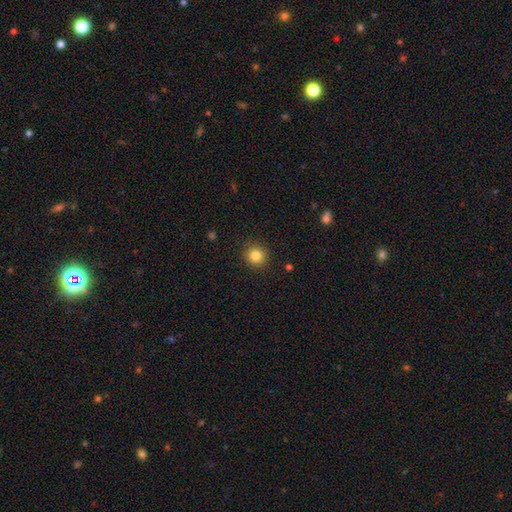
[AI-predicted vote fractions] smooth_or_featured: smooth (p=0.84) [alt: star or artifact p=0.11]
how_rounded: round (p=0.93) [alt: in between p=0.06]
merging: none (p=0.90) [alt: minor disturbance p=0.06]